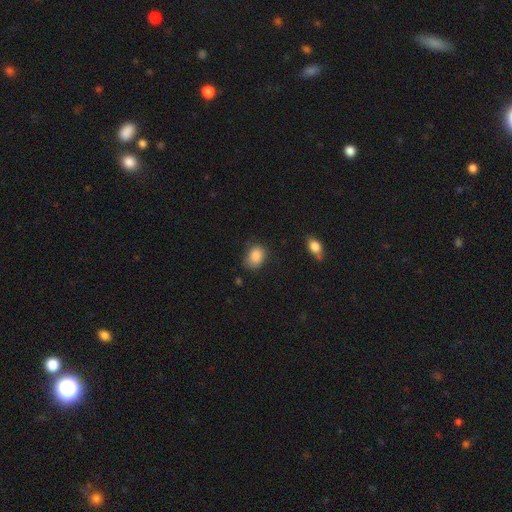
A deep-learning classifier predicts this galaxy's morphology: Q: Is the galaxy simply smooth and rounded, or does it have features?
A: smooth — 87%.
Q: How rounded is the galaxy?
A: in between — 71%.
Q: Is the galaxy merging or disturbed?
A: none — 69%.